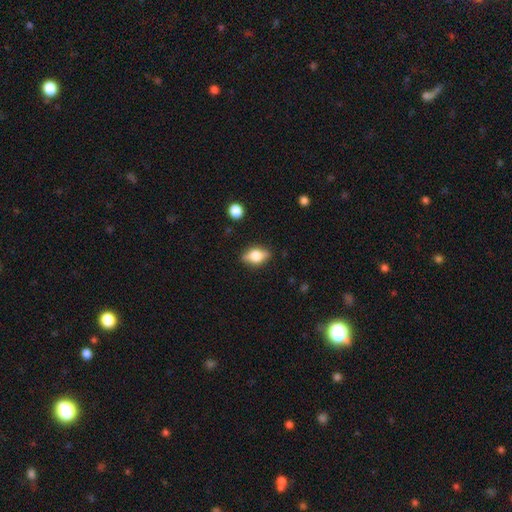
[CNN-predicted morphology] smooth-or-featured: smooth: 58% | featured or disk: 33% | star or artifact: 8%
  how-rounded: in between: 80% | round: 13% | cigar-shaped: 8%
  merging: none: 84% | minor disturbance: 11% | major disturbance: 3% | merger: 1%